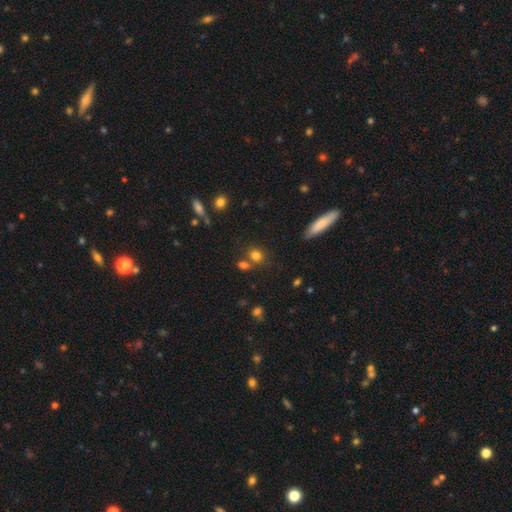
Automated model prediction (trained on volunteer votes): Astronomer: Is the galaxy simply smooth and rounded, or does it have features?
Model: smooth — 78%.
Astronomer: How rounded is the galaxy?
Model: round — 59% (runner-up: in between, 39%).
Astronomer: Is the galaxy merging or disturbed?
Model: none — 59%.